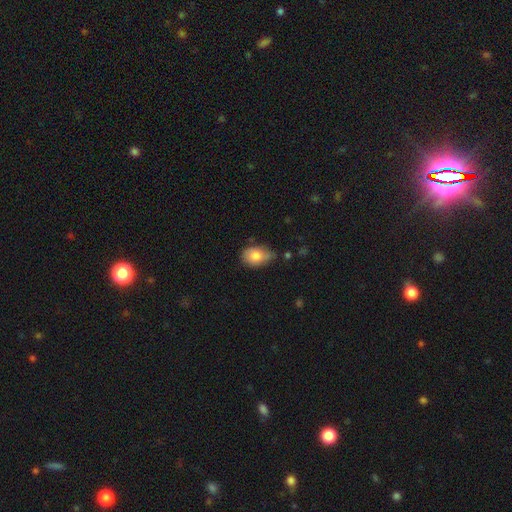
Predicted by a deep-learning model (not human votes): A smooth galaxy with no disk features (77%) that is in between round and cigar-shaped (79%).

Vote fractions:
- Smooth or featured? smooth: 77% / featured or disk: 15% / star or artifact: 8%
- How rounded? in between: 79% / round: 19% / cigar-shaped: 1%
- Merging? none: 48% / minor disturbance: 40% / major disturbance: 8% / merger: 4%